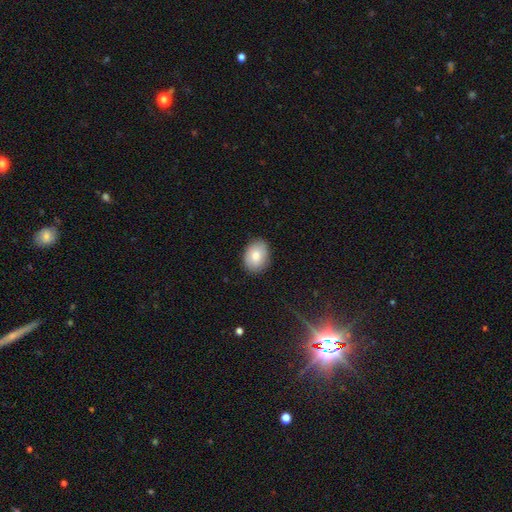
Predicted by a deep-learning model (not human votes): Overall: smooth (81%). How rounded: in between (71%). Merging: none (86%).